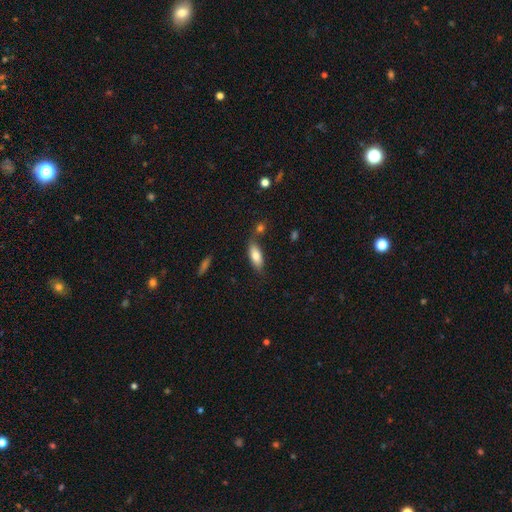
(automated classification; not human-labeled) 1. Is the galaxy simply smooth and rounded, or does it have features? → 78% smooth, 15% featured or disk, 7% star or artifact.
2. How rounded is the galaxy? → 80% in between, 17% cigar-shaped, 2% round.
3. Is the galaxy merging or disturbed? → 69% none, 17% minor disturbance, 10% merger, 4% major disturbance.